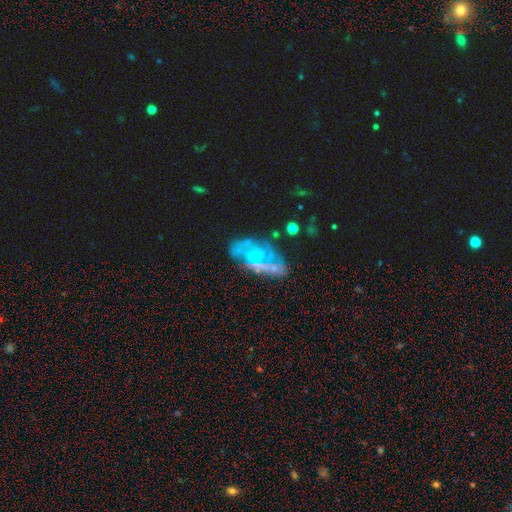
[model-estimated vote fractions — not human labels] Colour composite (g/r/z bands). It shows a featured or disk galaxy (63%) with no bar (64%), spiral arms (51%) and a small central bulge (53%). Merging: none (47%).